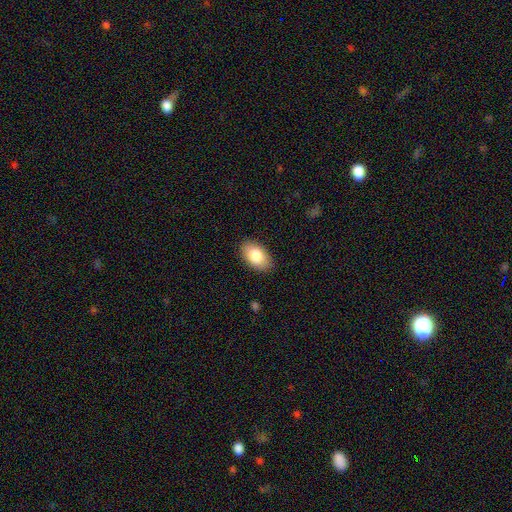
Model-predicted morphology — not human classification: This appears to be a smooth galaxy with no disk features (84%) that is in between round and cigar-shaped (93%). Merging: none (88%).